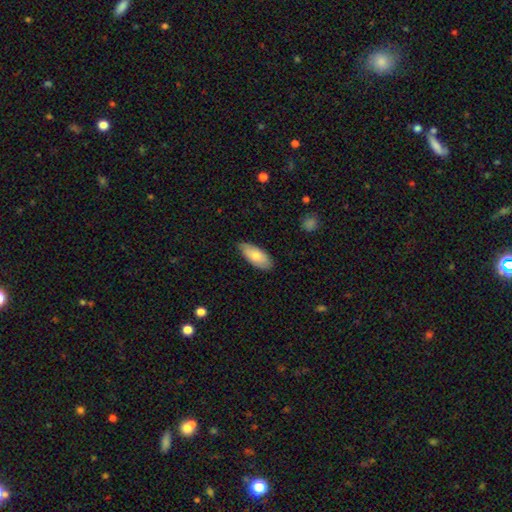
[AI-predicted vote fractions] Morphology: type=smooth (76%); roundness=in between (89%); merging=none (76%).